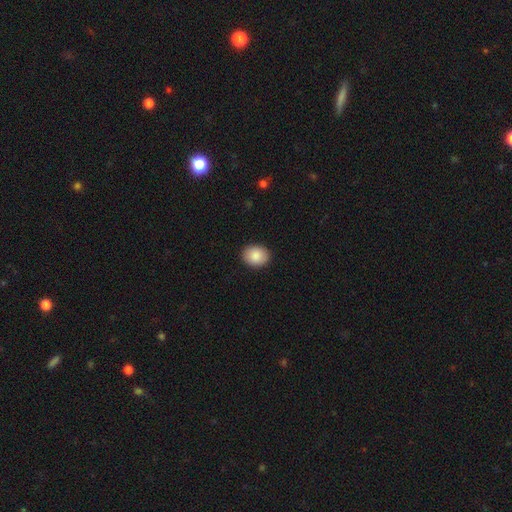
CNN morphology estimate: Smooth or featured? smooth (88%)
How rounded? in between (53%)
Merging? none (91%)